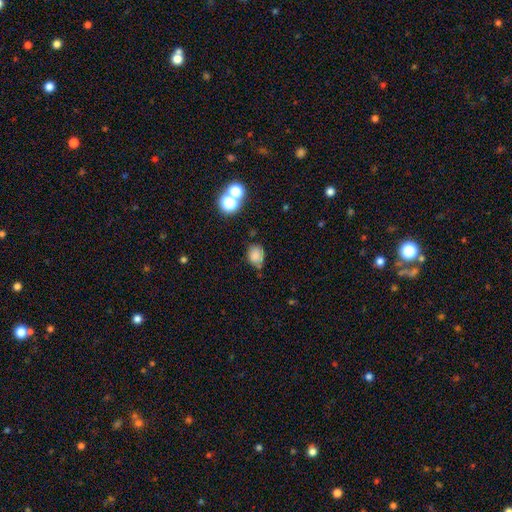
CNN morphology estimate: A smooth galaxy with no disk features (79%) that is in between round and cigar-shaped (53%).

Vote fractions:
- Smooth or featured? smooth: 79% / star or artifact: 13% / featured or disk: 8%
- How rounded? in between: 53% / round: 46% / cigar-shaped: 1%
- Merging? none: 62% / minor disturbance: 25% / merger: 7% / major disturbance: 6%